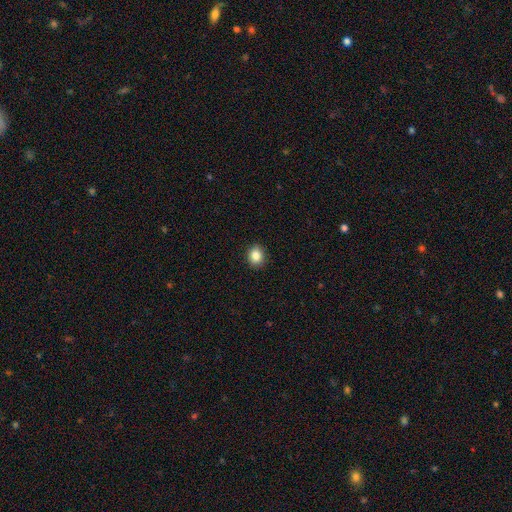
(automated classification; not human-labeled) A smooth galaxy with no disk features (86%) that is round (59%).

Vote fractions:
- Smooth or featured? smooth: 86% / star or artifact: 9% / featured or disk: 4%
- How rounded? round: 59% / in between: 41% / cigar-shaped: 1%
- Merging? none: 90% / minor disturbance: 7% / major disturbance: 2% / merger: 1%